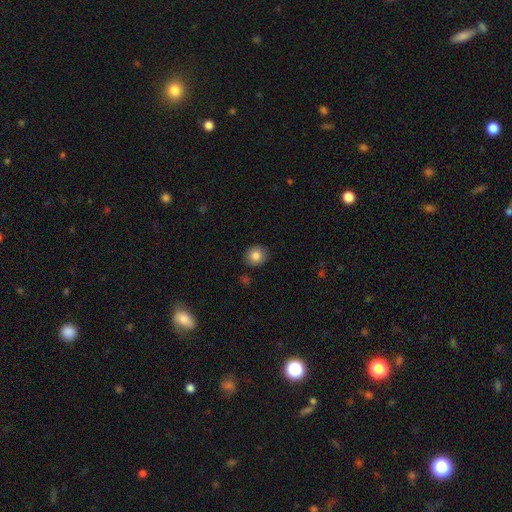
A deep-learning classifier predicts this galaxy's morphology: A smooth galaxy with no disk features (84%) that is round (79%).

Vote fractions:
- Smooth or featured? smooth: 84% / star or artifact: 9% / featured or disk: 7%
- How rounded? round: 79% / in between: 20% / cigar-shaped: 1%
- Merging? none: 87% / minor disturbance: 9% / major disturbance: 2% / merger: 2%